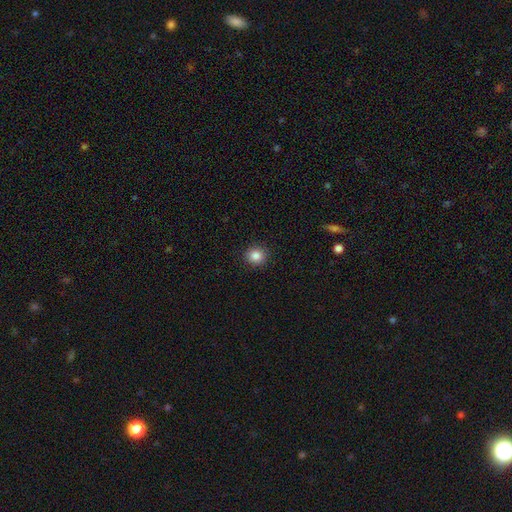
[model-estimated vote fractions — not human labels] This is clearly a smooth galaxy (85%). How rounded: clearly round (87%). Merging: clearly none (91%).